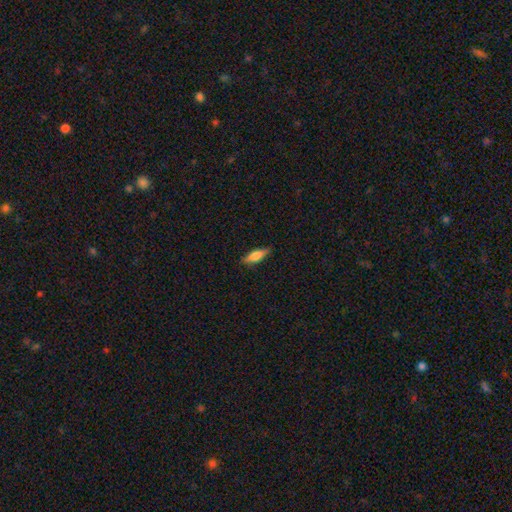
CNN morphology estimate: A smooth galaxy with no disk features (63%) that is in between round and cigar-shaped (49%). Merging: none (86%).